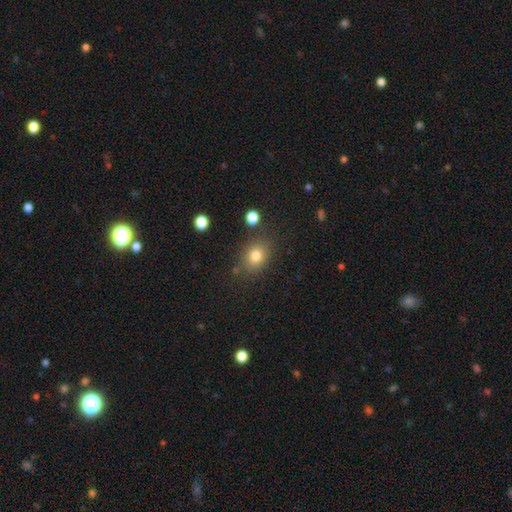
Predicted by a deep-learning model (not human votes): Overall: smooth (79%). How rounded: in between (52%; round 47%). Merging: none (78%).